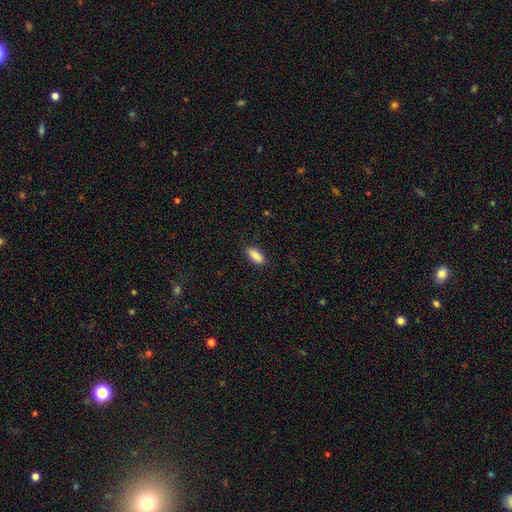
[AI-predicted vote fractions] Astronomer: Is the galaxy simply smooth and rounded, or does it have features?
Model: smooth — 90%.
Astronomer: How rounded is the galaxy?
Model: in between — 85%.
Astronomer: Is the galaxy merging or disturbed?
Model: none — 88%.